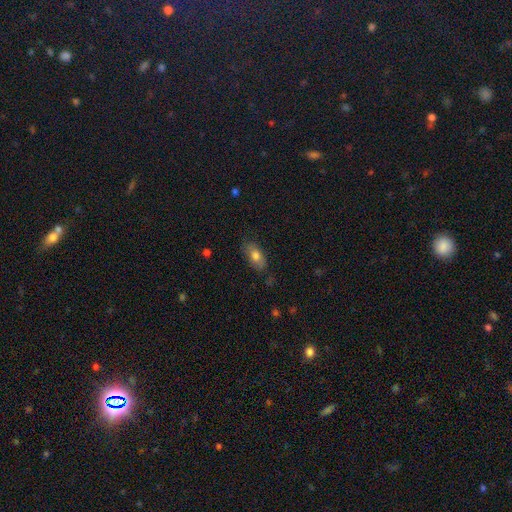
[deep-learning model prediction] Overall: smooth (74%). How rounded: in between (86%). Merging: none (75%).